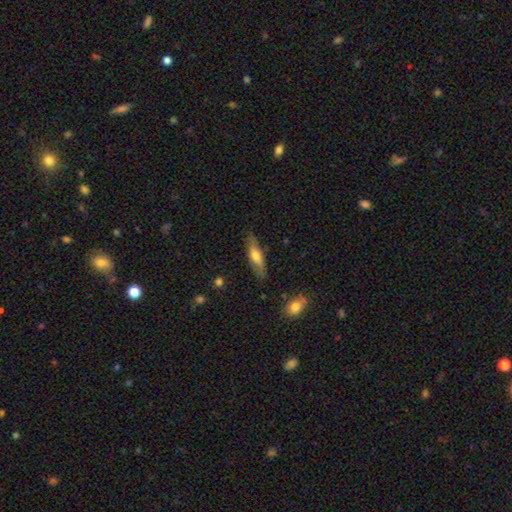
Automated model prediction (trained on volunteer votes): Overall: smooth (55%; featured or disk 40%). How rounded: cigar-shaped (61%; in between 37%). Merging: none (83%).